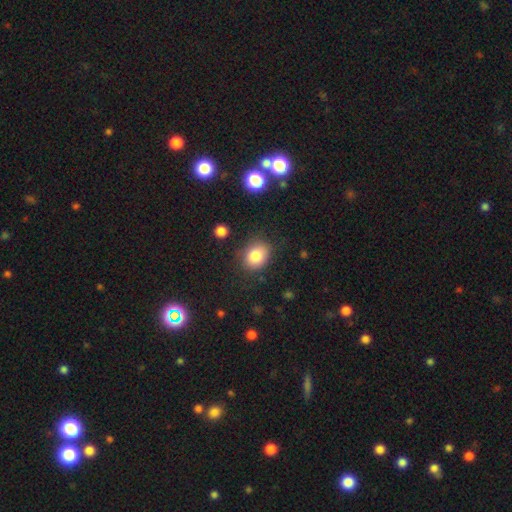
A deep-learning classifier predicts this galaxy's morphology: Q: Smooth or featured?
A: smooth (82%); runner-up: star or artifact (10%)
Q: How rounded?
A: round (51%); runner-up: in between (48%)
Q: Merging?
A: none (81%); runner-up: minor disturbance (13%)